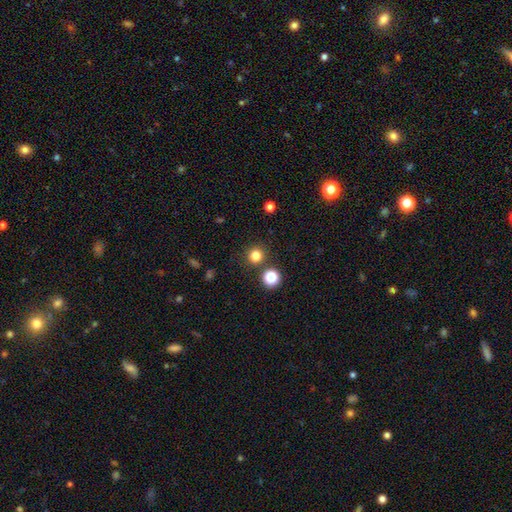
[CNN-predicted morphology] A smooth galaxy with no disk features (81%) that is round (93%).

Vote fractions:
- Smooth or featured? smooth: 81% / star or artifact: 15% / featured or disk: 4%
- How rounded? round: 93% / in between: 6% / cigar-shaped: 1%
- Merging? none: 86% / minor disturbance: 6% / merger: 5% / major disturbance: 2%